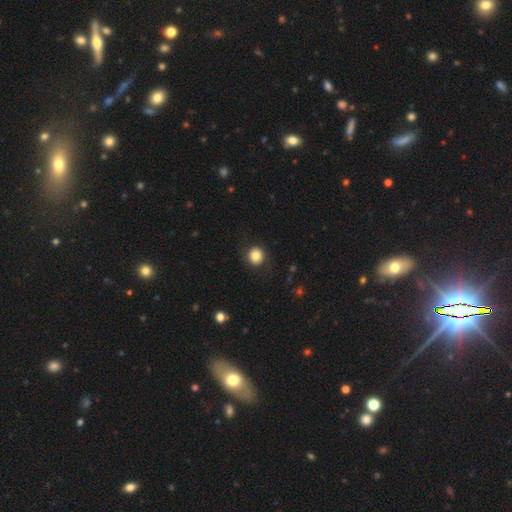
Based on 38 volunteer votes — smooth 87%, star or artifact 8%, featured or disk 5%. Down the decision tree: how rounded — round (88%); merging — none (83%).